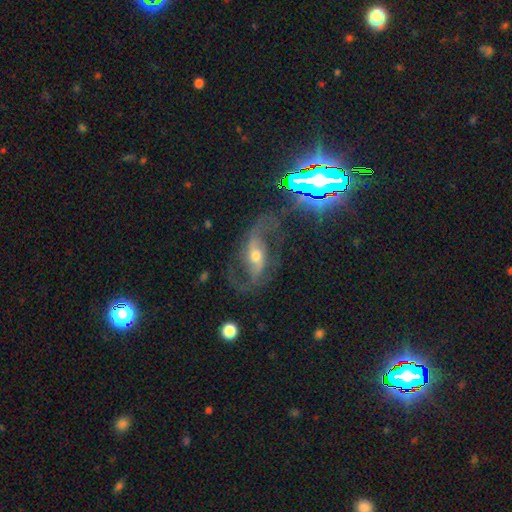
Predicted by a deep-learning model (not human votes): featured or disk 82%, star or artifact 10%, smooth 8%. Down the decision tree: edge-on disk — no (95%); bar — weak (37%); spiral arms — yes (94%); spiral arm count — 2 (92%); spiral winding — loose (61%); bulge size — moderate (66%); merging — none (67%).